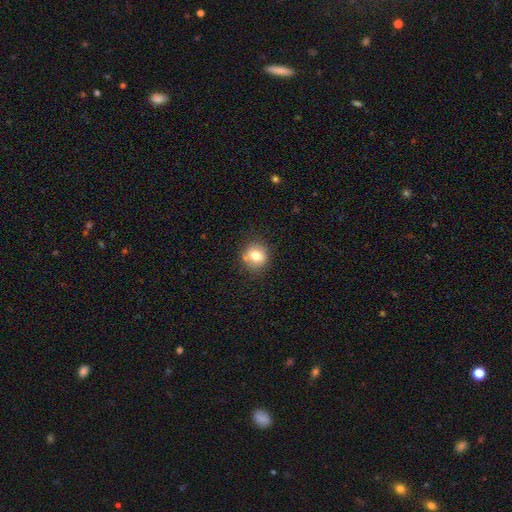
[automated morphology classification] Q: Smooth or featured?
A: smooth (73%); runner-up: featured or disk (16%)
Q: How rounded?
A: round (89%); runner-up: in between (10%)
Q: Merging?
A: none (83%); runner-up: minor disturbance (11%)